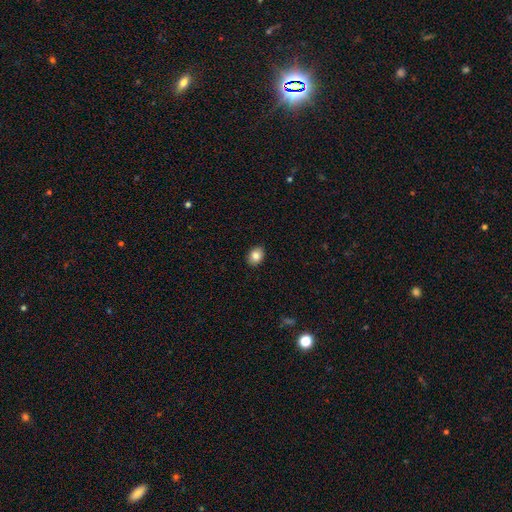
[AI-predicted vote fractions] Smooth or featured? smooth (85%)
How rounded? in between (65%)
Merging? none (90%)